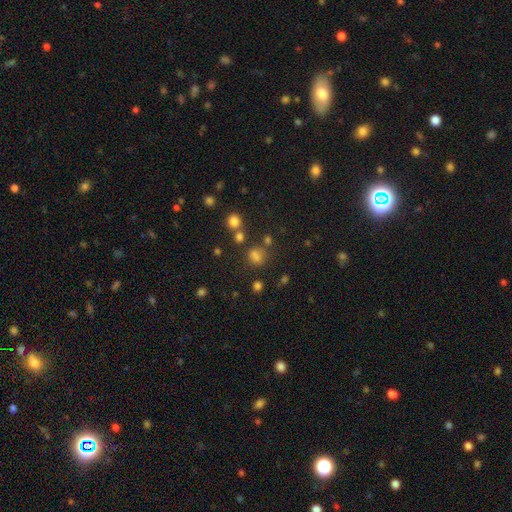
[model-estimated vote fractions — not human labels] Smooth or featured: smooth — 62% (star or artifact — 29%)
How rounded: round — 63% (in between — 36%)
Merging: none — 65% (merger — 14%)